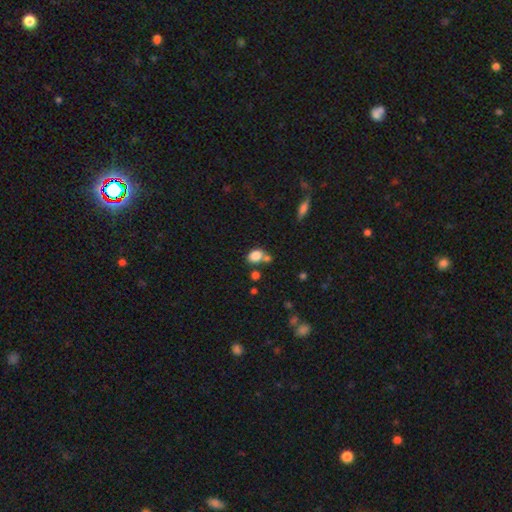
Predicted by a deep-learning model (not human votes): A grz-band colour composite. It shows a smooth galaxy with no disk features (82%) that is in between round and cigar-shaped (65%). Merging: none (49%).